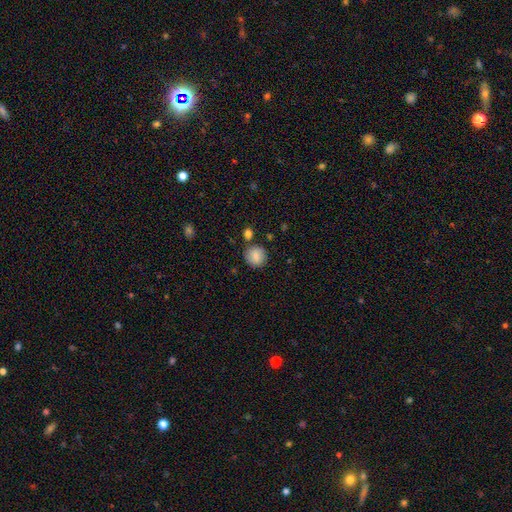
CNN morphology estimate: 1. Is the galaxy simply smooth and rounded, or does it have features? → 85% smooth, 8% star or artifact, 7% featured or disk.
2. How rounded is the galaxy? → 87% round, 12% in between, 1% cigar-shaped.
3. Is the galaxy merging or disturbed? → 79% none, 11% minor disturbance, 7% merger, 3% major disturbance.